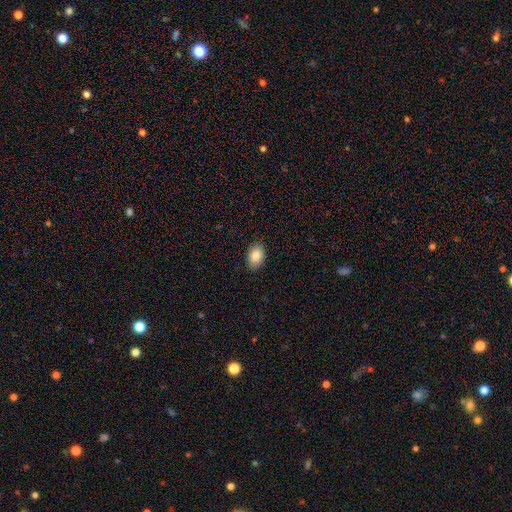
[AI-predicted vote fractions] This appears to be a smooth galaxy with no disk features (87%) that is in between round and cigar-shaped (86%). Merging: none (89%).